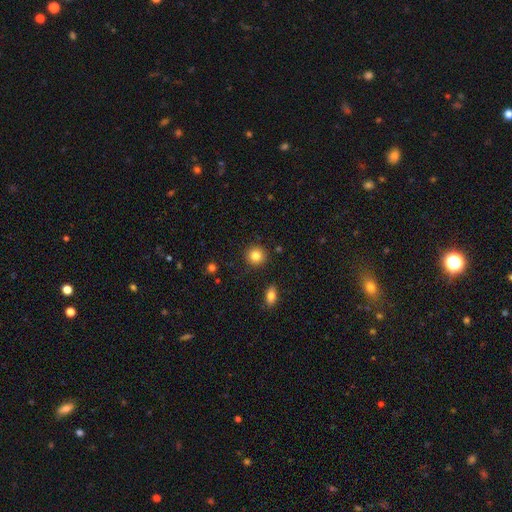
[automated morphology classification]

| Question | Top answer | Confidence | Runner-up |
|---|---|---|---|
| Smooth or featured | smooth | 84% | star or artifact (10%) |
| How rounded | round | 91% | in between (8%) |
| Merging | none | 90% | minor disturbance (6%) |